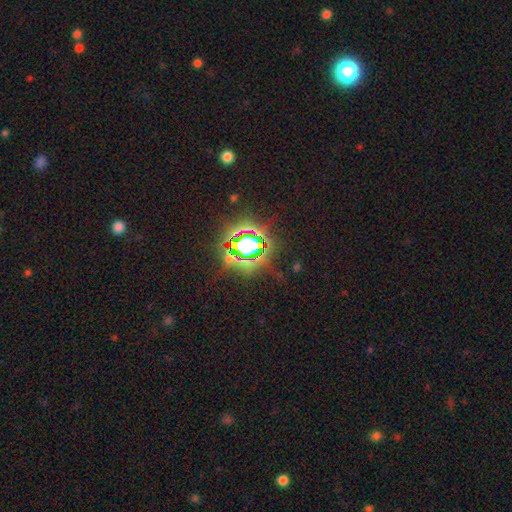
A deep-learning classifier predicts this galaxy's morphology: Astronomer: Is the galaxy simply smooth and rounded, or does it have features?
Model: star or artifact — 78%.